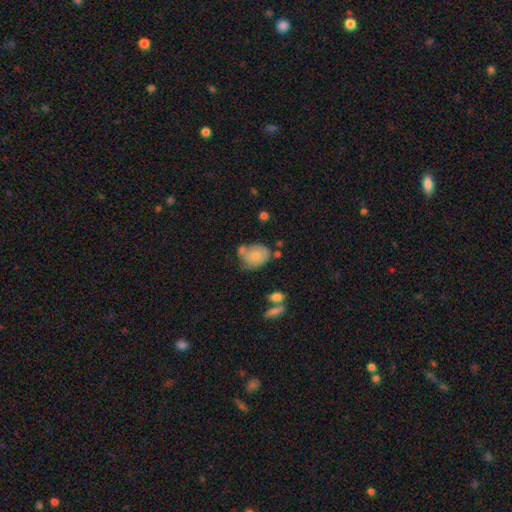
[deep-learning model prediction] Smooth or featured: smooth — 61% (featured or disk — 31%)
How rounded: in between — 51% (round — 48%)
Merging: none — 41% (minor disturbance — 28%)